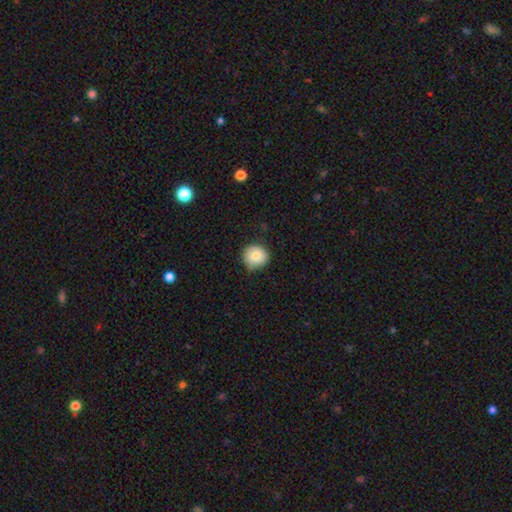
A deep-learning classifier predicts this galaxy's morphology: Q: Smooth or featured?
A: smooth (80%); runner-up: featured or disk (11%)
Q: How rounded?
A: round (92%); runner-up: in between (7%)
Q: Merging?
A: none (78%); runner-up: minor disturbance (18%)